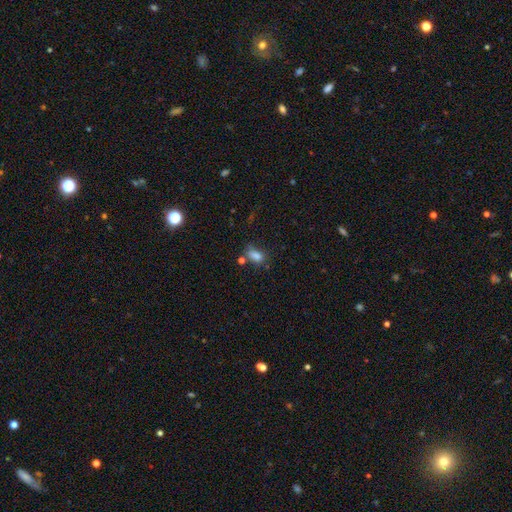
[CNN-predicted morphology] Smooth or featured? smooth (79%)
How rounded? in between (81%)
Merging? none (51%)